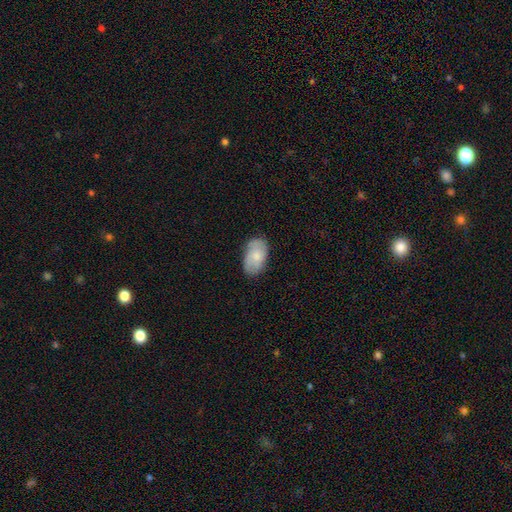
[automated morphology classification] smooth-or-featured: smooth: 69% | featured or disk: 25% | star or artifact: 6%
  how-rounded: in between: 92% | round: 7% | cigar-shaped: 1%
  merging: none: 72% | minor disturbance: 22% | major disturbance: 5% | merger: 1%